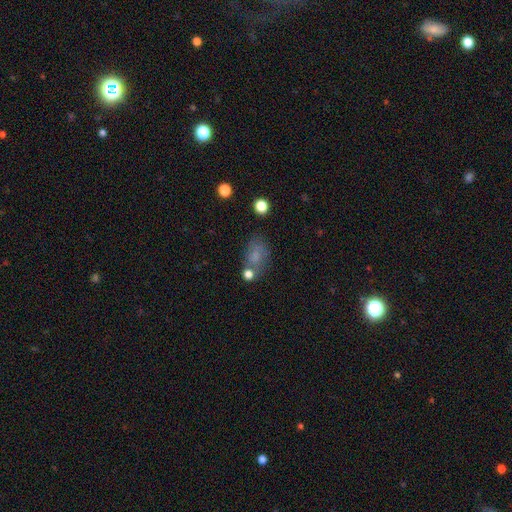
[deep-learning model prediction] A smooth galaxy with no disk features (65%) that is in between round and cigar-shaped (79%).

Vote fractions:
- Smooth or featured? smooth: 65% / featured or disk: 20% / star or artifact: 15%
- How rounded? in between: 79% / round: 19% / cigar-shaped: 2%
- Merging? none: 56% / minor disturbance: 21% / merger: 12% / major disturbance: 11%